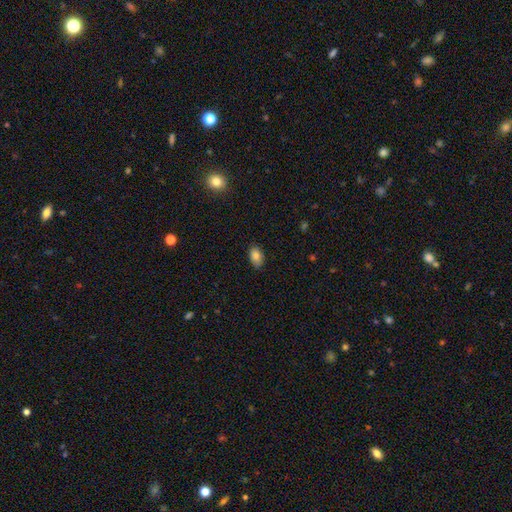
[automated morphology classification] Overall: smooth (83%). How rounded: in between (88%). Merging: none (81%).